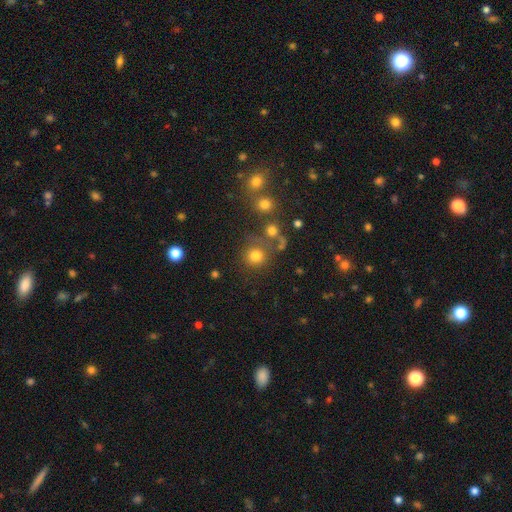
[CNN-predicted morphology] A smooth galaxy with no disk features (78%) that is round (91%). Merging: none (72%).